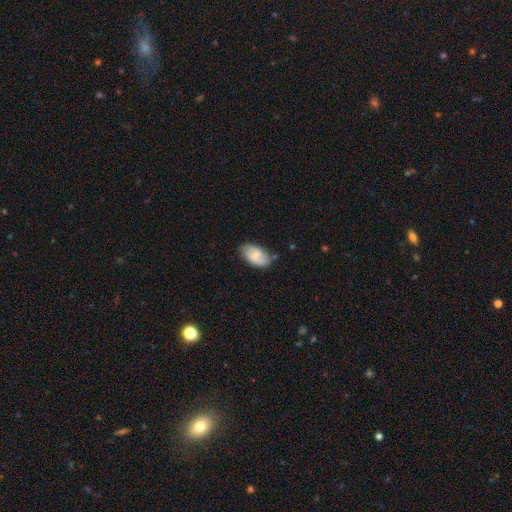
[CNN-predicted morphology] A smooth galaxy with no disk features (69%) that is in between round and cigar-shaped (94%).

Vote fractions:
- Smooth or featured? smooth: 69% / featured or disk: 24% / star or artifact: 6%
- How rounded? in between: 94% / round: 4% / cigar-shaped: 2%
- Merging? none: 75% / minor disturbance: 19% / major disturbance: 3% / merger: 3%